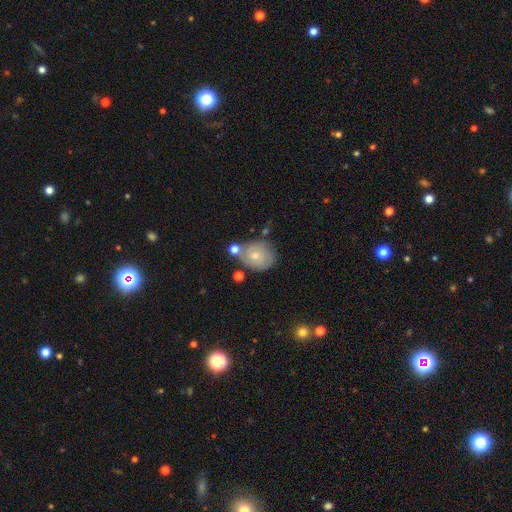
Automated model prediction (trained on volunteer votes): Q: Smooth or featured?
A: featured or disk (48%); runner-up: smooth (44%)
Q: Merging?
A: none (54%); runner-up: minor disturbance (22%)